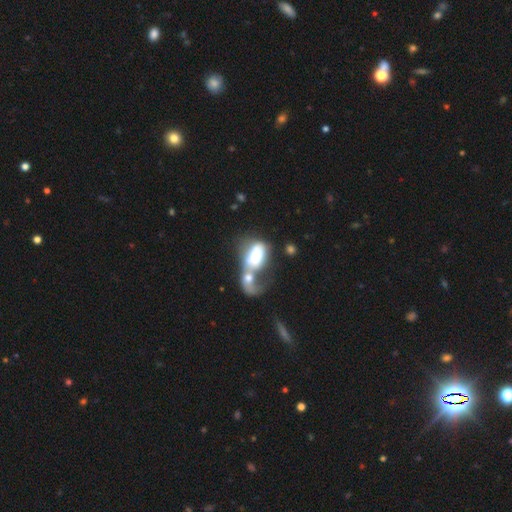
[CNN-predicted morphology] Overall: smooth (58%; featured or disk 35%). How rounded: in between (82%). Merging: merger (73%).